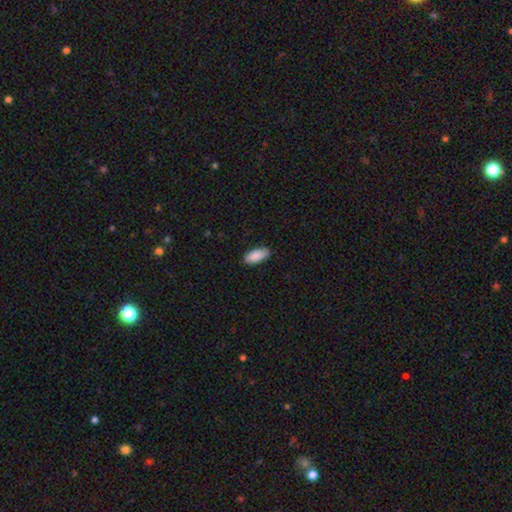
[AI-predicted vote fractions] This is clearly a smooth galaxy (89%). How rounded: clearly in between (90%). Merging: clearly none (85%).